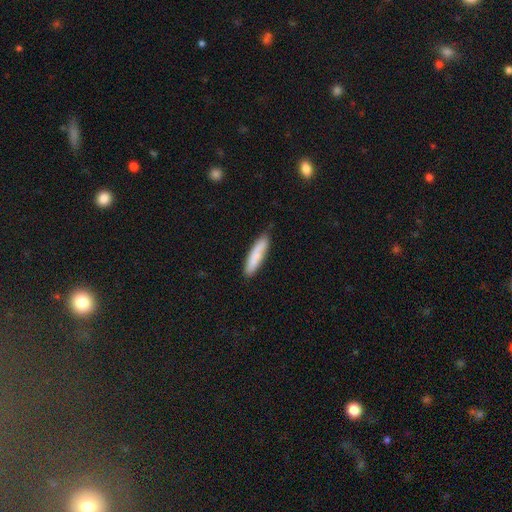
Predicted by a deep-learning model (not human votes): Smooth or featured? Predicted: smooth (p=0.81). How rounded? Predicted: cigar-shaped (p=0.81). Merging? Predicted: none (p=0.83).